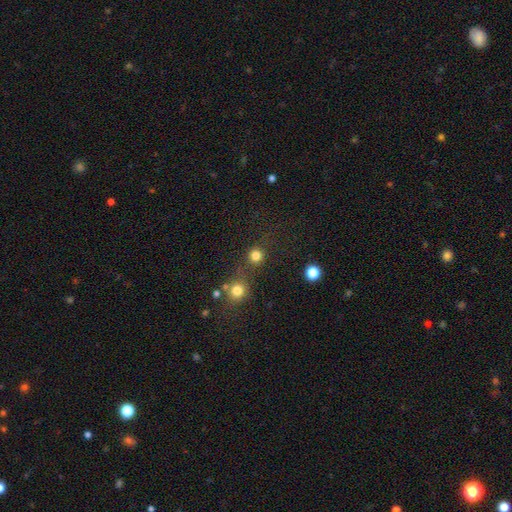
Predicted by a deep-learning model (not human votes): Overall: smooth (81%). How rounded: round (92%). Merging: none (76%).